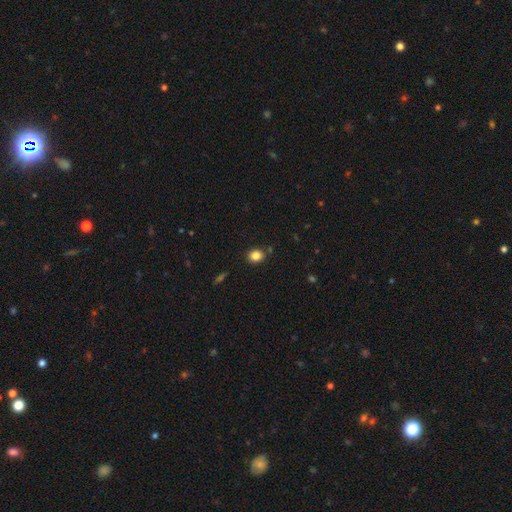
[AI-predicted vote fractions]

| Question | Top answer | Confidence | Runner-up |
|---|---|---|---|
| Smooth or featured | smooth | 83% | star or artifact (12%) |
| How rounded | round | 66% | in between (33%) |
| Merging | none | 85% | minor disturbance (9%) |